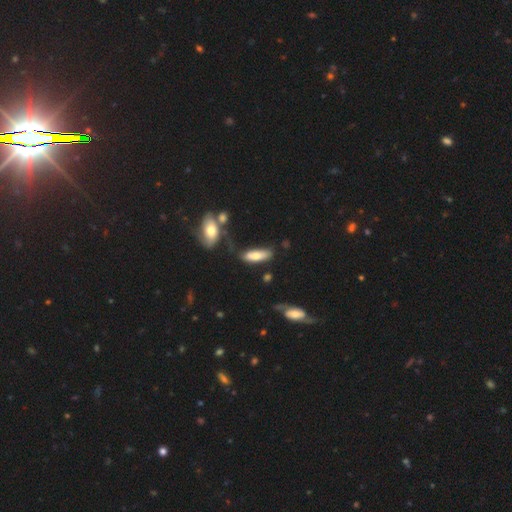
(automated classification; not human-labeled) A smooth galaxy with no disk features (71%) that is in between round and cigar-shaped (59%).

Vote fractions:
- Smooth or featured? smooth: 71% / featured or disk: 22% / star or artifact: 7%
- How rounded? in between: 59% / cigar-shaped: 39% / round: 2%
- Merging? none: 51% / minor disturbance: 25% / merger: 12% / major disturbance: 12%